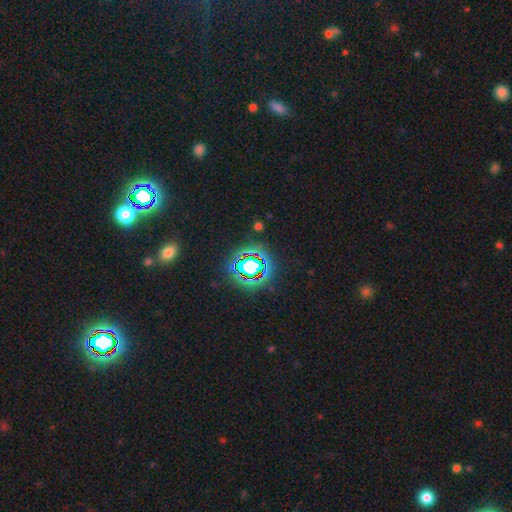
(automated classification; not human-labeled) Morphology: type=star or artifact (80%).